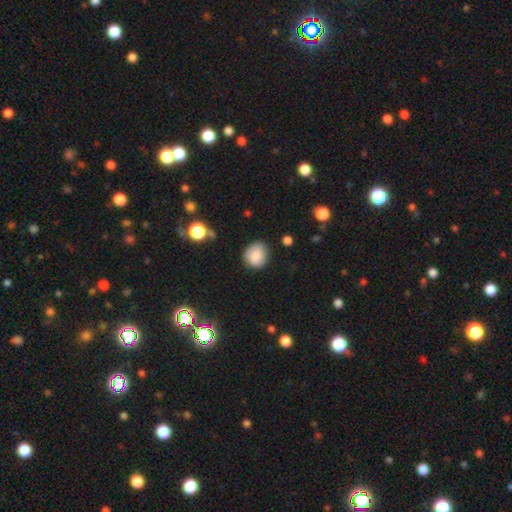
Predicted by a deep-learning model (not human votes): This is clearly a smooth galaxy (82%). How rounded: likely round (69%). Merging: likely none (74%).